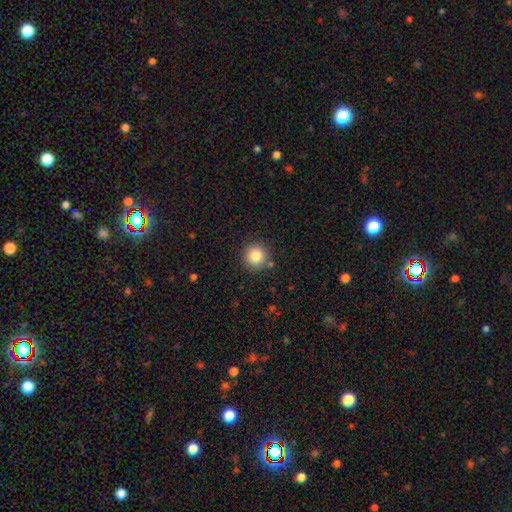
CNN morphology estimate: smooth_or_featured: smooth (p=0.84) [alt: star or artifact p=0.10]
how_rounded: round (p=0.95) [alt: in between p=0.04]
merging: none (p=0.87) [alt: minor disturbance p=0.08]